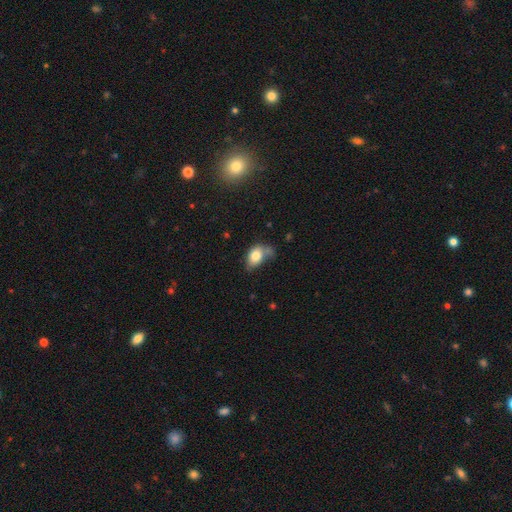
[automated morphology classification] This appears to be a smooth galaxy with no disk features (77%) that is in between round and cigar-shaped (80%). Merging: minor disturbance (33%).